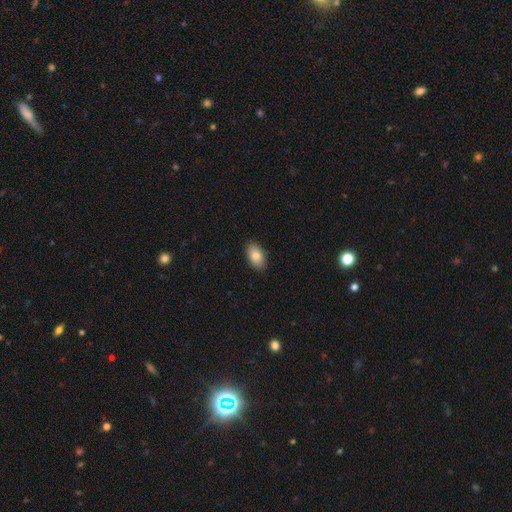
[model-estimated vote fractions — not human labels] smooth_or_featured: smooth (p=0.84) [alt: featured or disk p=0.09]
how_rounded: in between (p=0.93) [alt: round p=0.05]
merging: none (p=0.89) [alt: minor disturbance p=0.08]